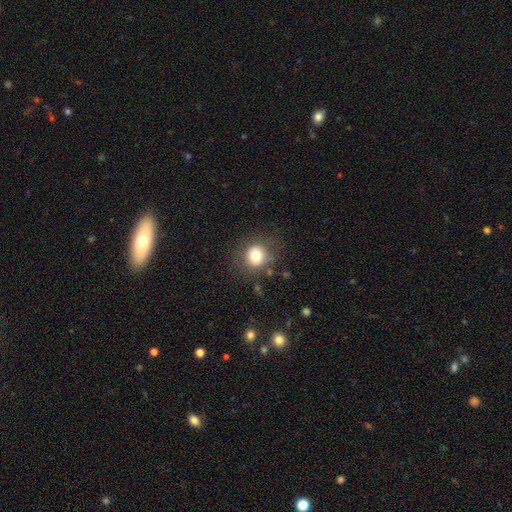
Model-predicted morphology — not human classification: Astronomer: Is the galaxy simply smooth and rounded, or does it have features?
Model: smooth — 76%.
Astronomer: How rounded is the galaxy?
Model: round — 87%.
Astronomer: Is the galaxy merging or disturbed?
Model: none — 80%.